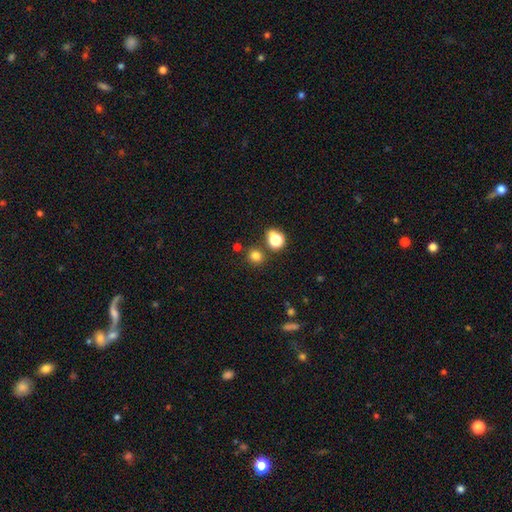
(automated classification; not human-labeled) Smooth or featured: smooth — 76% (star or artifact — 18%)
How rounded: round — 87% (in between — 12%)
Merging: none — 79% (merger — 11%)